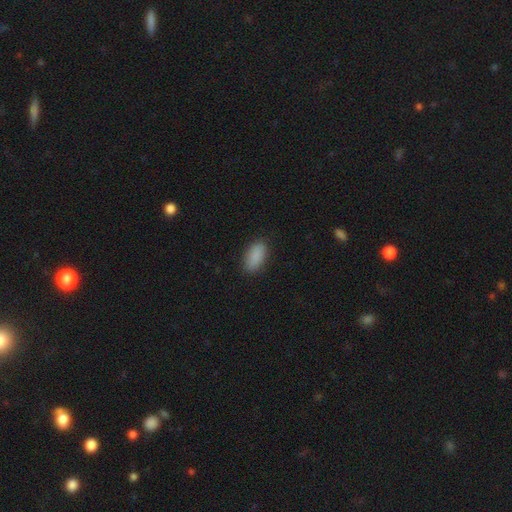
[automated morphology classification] Q: Smooth or featured?
A: smooth (88%); runner-up: star or artifact (7%)
Q: How rounded?
A: in between (91%); runner-up: cigar-shaped (6%)
Q: Merging?
A: none (85%); runner-up: minor disturbance (11%)